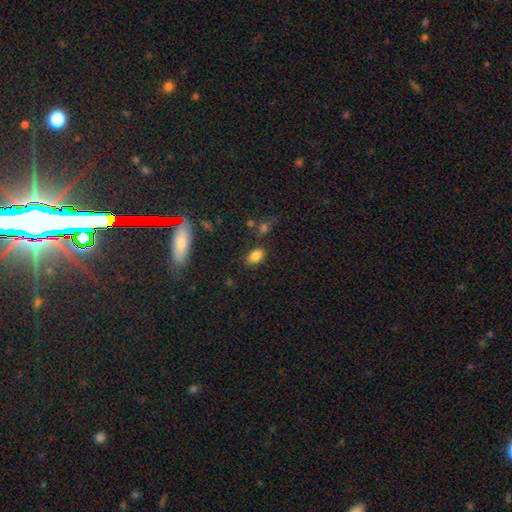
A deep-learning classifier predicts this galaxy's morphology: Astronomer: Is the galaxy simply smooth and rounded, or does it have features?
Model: smooth — 83%.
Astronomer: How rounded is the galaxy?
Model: in between — 85%.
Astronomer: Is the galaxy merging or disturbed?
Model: none — 80%.